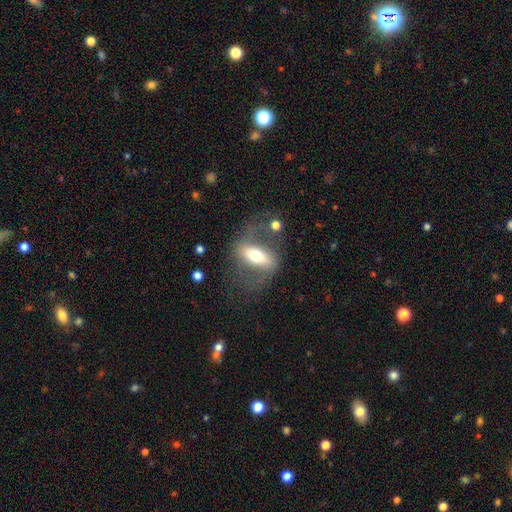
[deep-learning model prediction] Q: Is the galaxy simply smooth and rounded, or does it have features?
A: featured or disk — 58%.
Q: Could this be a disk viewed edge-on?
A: no — 74%.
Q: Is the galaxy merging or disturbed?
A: none — 51%.